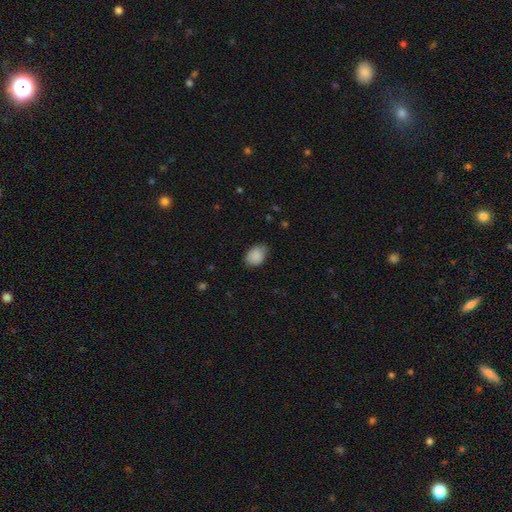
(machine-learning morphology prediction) The model was most divided on "merging": none: 70%, minor disturbance: 25%, major disturbance: 4%, merger: 1%. More confident: smooth or featured — smooth (88%); how rounded — in between (75%).